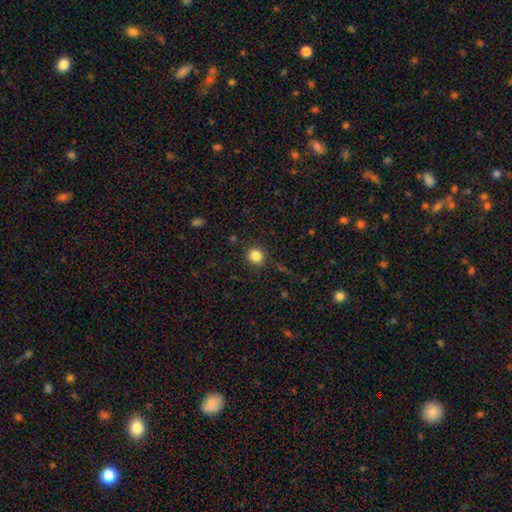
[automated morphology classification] smooth-or-featured: smooth: 84% | star or artifact: 11% | featured or disk: 5%
  how-rounded: round: 87% | in between: 12% | cigar-shaped: 1%
  merging: none: 89% | minor disturbance: 7% | major disturbance: 3% | merger: 1%